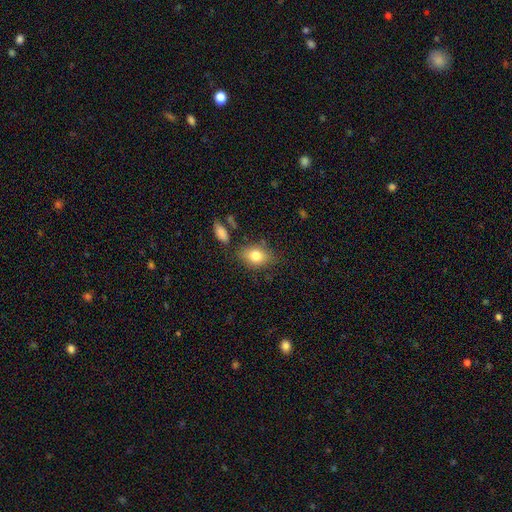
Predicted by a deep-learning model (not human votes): smooth_or_featured: smooth (p=0.79) [alt: featured or disk p=0.12]
how_rounded: in between (p=0.77) [alt: round p=0.21]
merging: none (p=0.75) [alt: minor disturbance p=0.16]